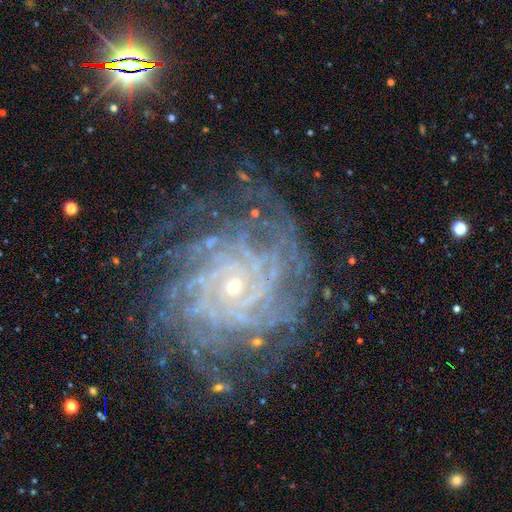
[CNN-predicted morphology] This is clearly a featured or disk galaxy (85%). It is clearly not viewed edge-on (97%). Bar: likely no (73%). Spiral arm pattern: clearly yes (97%). Spiral arm count: marginally more than 4 (34%). Spiral winding: likely tight (78%). Central bulge: clearly small (83%). Merging: likely none (76%).